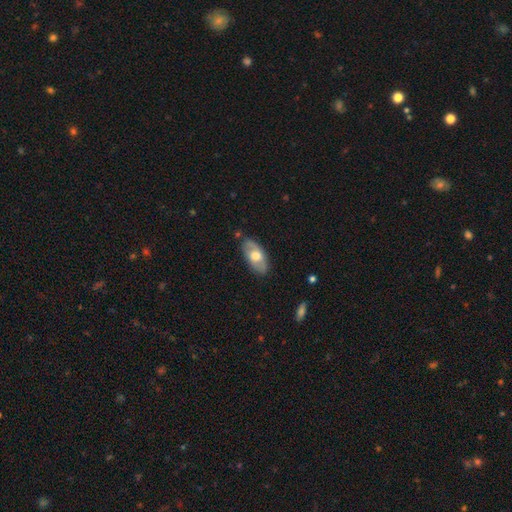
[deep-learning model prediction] Smooth or featured? smooth (52%)
How rounded? in between (91%)
Merging? none (80%)